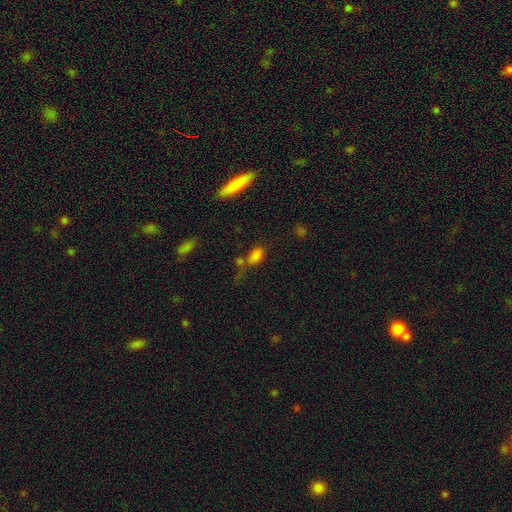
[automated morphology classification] smooth-or-featured: smooth: 76% | star or artifact: 16% | featured or disk: 8%
  how-rounded: in between: 84% | round: 9% | cigar-shaped: 7%
  merging: none: 46% | merger: 26% | minor disturbance: 17% | major disturbance: 11%